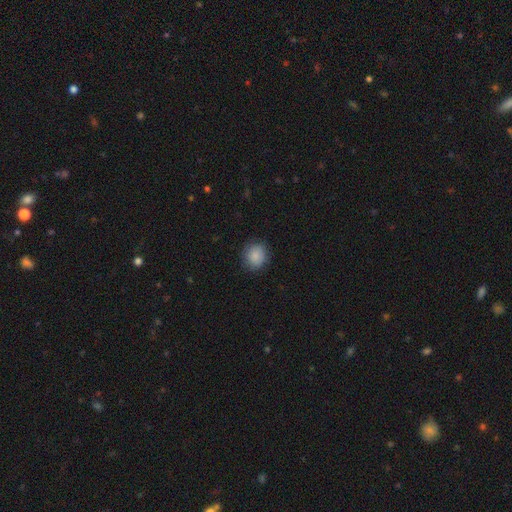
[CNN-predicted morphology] This appears to be a smooth galaxy with no disk features (87%) that is round (80%). Merging: none (84%).